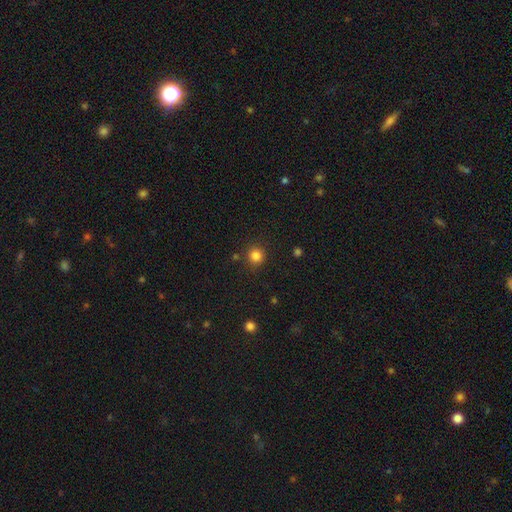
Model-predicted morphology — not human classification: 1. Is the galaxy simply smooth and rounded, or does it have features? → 83% smooth, 13% star or artifact, 4% featured or disk.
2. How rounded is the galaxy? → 93% round, 6% in between, 1% cigar-shaped.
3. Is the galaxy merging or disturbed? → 87% none, 7% minor disturbance, 3% merger, 3% major disturbance.